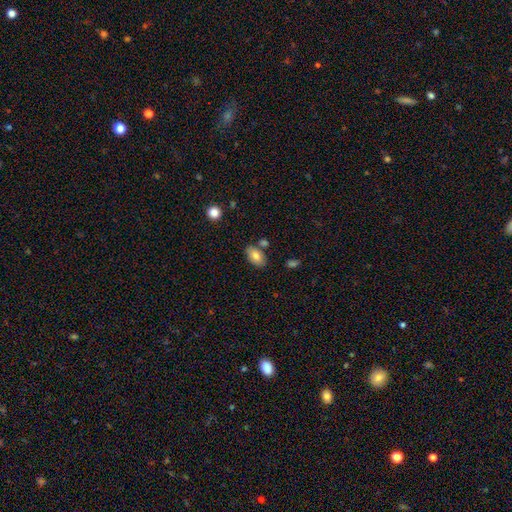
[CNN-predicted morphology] smooth-or-featured: smooth: 79% | featured or disk: 14% | star or artifact: 7%
  how-rounded: in between: 91% | round: 7% | cigar-shaped: 2%
  merging: none: 74% | minor disturbance: 14% | merger: 9% | major disturbance: 3%